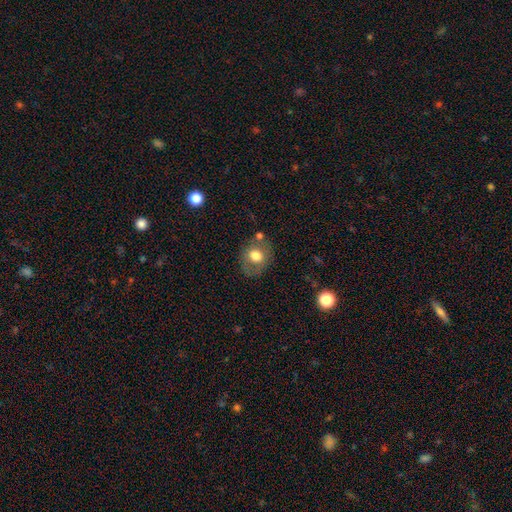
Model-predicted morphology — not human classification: Smooth or featured? smooth (67%)
How rounded? round (57%)
Merging? none (68%)